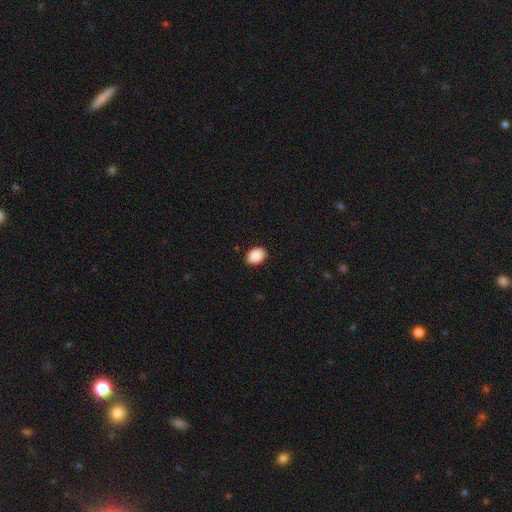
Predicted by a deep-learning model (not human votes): Overall: smooth (90%). How rounded: in between (78%). Merging: none (89%).